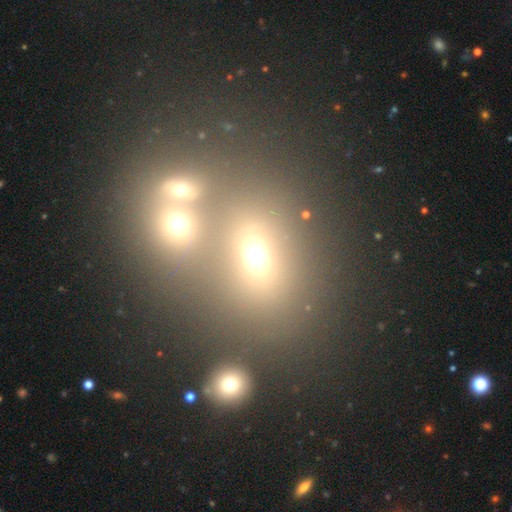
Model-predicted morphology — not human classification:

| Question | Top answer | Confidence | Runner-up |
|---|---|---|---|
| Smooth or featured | smooth | 58% | star or artifact (23%) |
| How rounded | in between | 51% | round (47%) |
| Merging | merger | 46% | none (40%) |